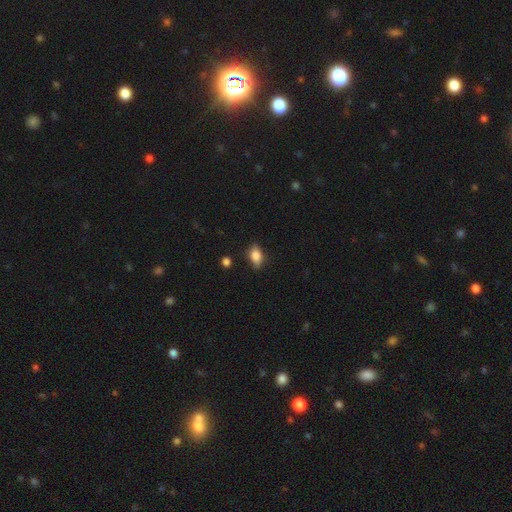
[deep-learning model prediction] Morphology: type=smooth (81%); roundness=in between (85%); merging=none (78%).